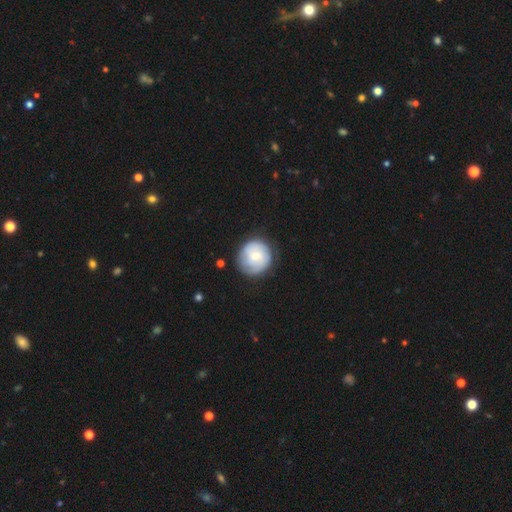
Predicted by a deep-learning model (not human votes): Smooth or featured? featured or disk (48%)
Merging? none (76%)